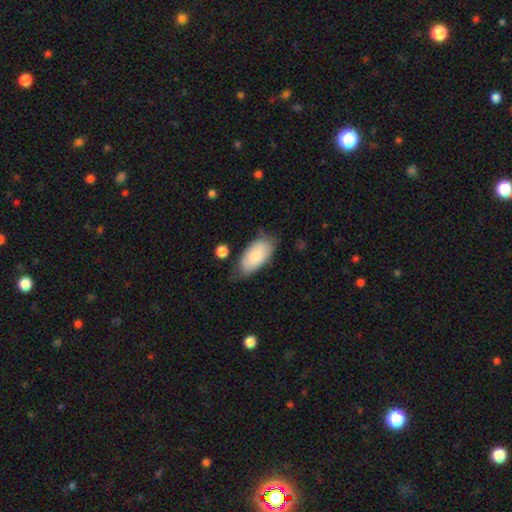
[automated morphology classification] The model was most divided on "merging": none: 62%, minor disturbance: 28%, major disturbance: 7%, merger: 4%. More confident: how rounded — in between (93%); smooth or featured — smooth (79%).